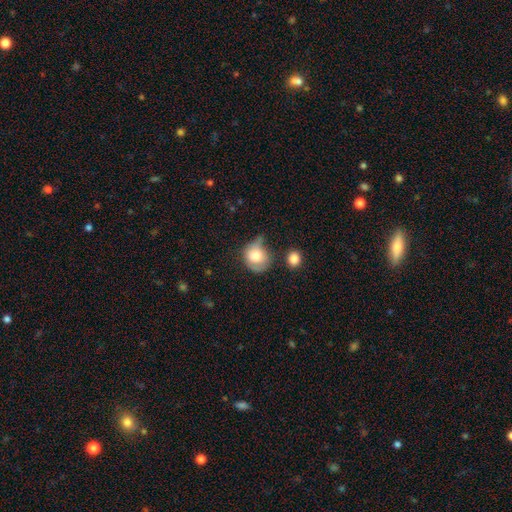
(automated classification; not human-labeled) The model was most divided on "merging": minor disturbance: 37%, none: 33%, major disturbance: 19%, merger: 10%. More confident: smooth or featured — smooth (74%); how rounded — round (72%).